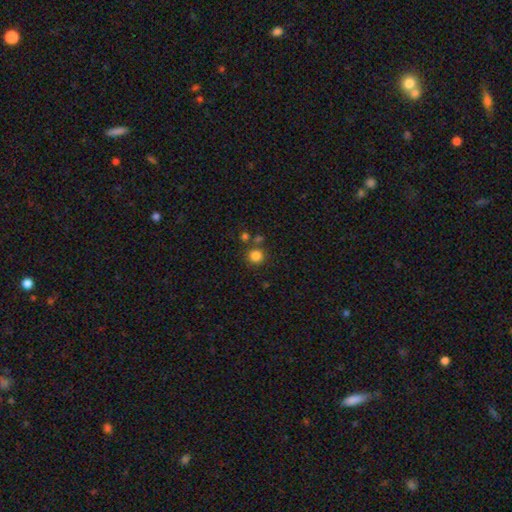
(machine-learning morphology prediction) smooth-or-featured: smooth: 83% | star or artifact: 12% | featured or disk: 5%
  how-rounded: round: 93% | in between: 7% | cigar-shaped: 1%
  merging: none: 77% | merger: 12% | minor disturbance: 8% | major disturbance: 3%